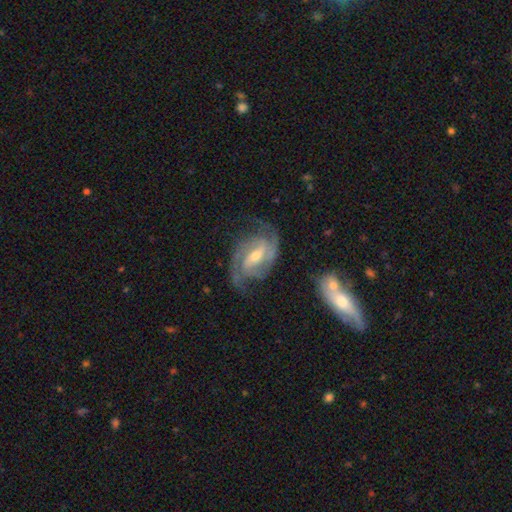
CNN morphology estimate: type=featured or disk (90%); edge-on=no (97%); bar=weak (44%); spiral arms=yes (97%); winding=medium (49%); arm count=2 (63%); bulge=moderate (55%); merging=none (71%).